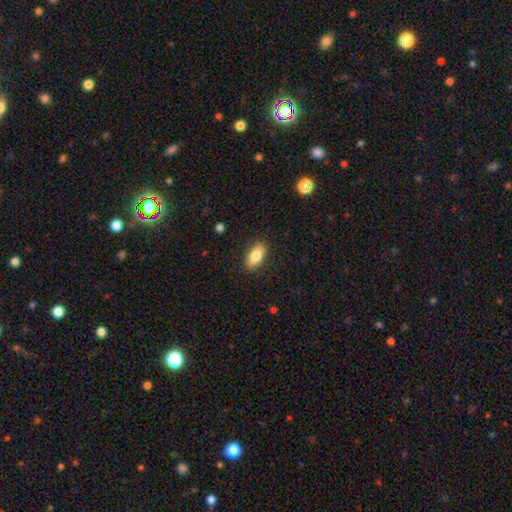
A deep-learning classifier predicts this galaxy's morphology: Overall: smooth (81%). How rounded: in between (87%). Merging: none (88%).